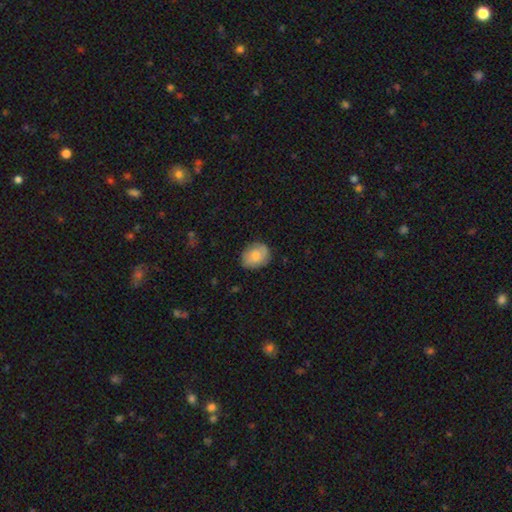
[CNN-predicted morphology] smooth_or_featured: smooth (p=0.73) [alt: featured or disk p=0.20]
how_rounded: in between (p=0.52) [alt: round p=0.48]
merging: none (p=0.77) [alt: minor disturbance p=0.18]